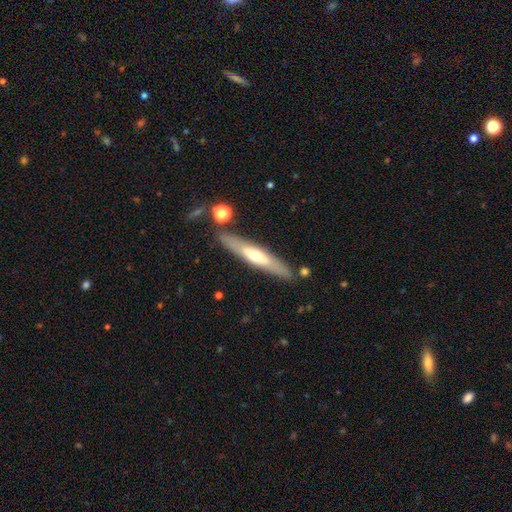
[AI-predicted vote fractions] Morphology: type=featured or disk (57%); edge-on=yes (81%); merging=none (84%).